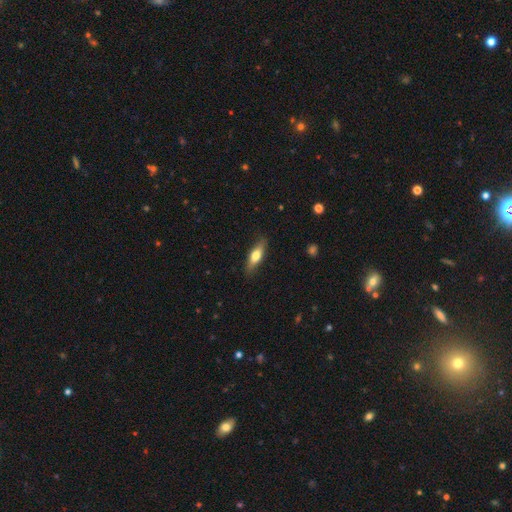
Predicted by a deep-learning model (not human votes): A smooth galaxy with no disk features (60%) that is cigar-shaped (50%). Merging: none (83%).